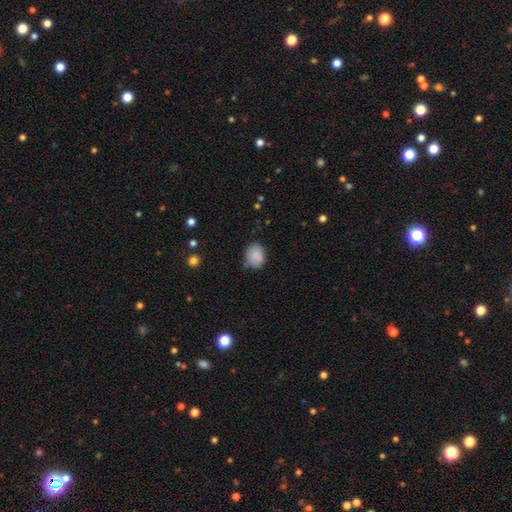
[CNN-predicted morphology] Overall: smooth (85%). How rounded: in between (55%; round 44%). Merging: none (64%; minor disturbance 28%).